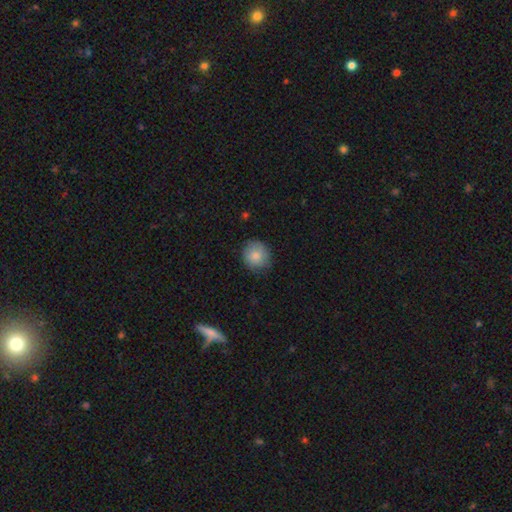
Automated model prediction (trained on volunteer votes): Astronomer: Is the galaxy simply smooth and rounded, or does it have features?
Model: smooth — 82%.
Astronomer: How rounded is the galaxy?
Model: round — 86%.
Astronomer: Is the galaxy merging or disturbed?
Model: none — 80%.